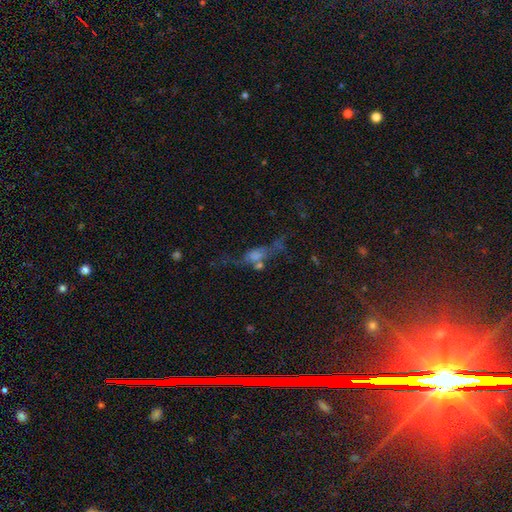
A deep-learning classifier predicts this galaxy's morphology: This is marginally a featured or disk galaxy (38%). Merging: marginally none (39%).